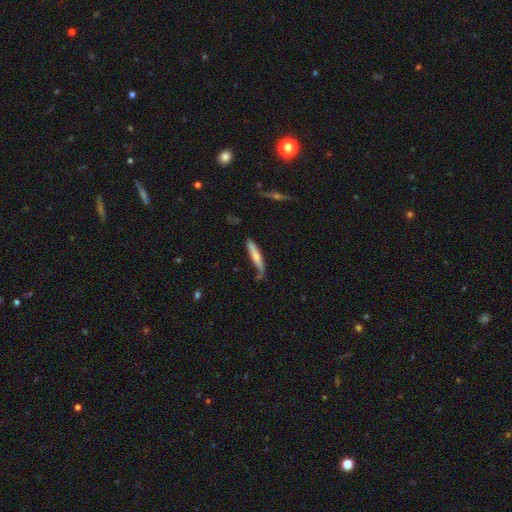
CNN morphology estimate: A smooth galaxy with no disk features (64%) that is cigar-shaped (90%).

Vote fractions:
- Smooth or featured? smooth: 64% / featured or disk: 30% / star or artifact: 6%
- How rounded? cigar-shaped: 90% / in between: 9% / round: 1%
- Merging? none: 69% / minor disturbance: 22% / merger: 5% / major disturbance: 4%